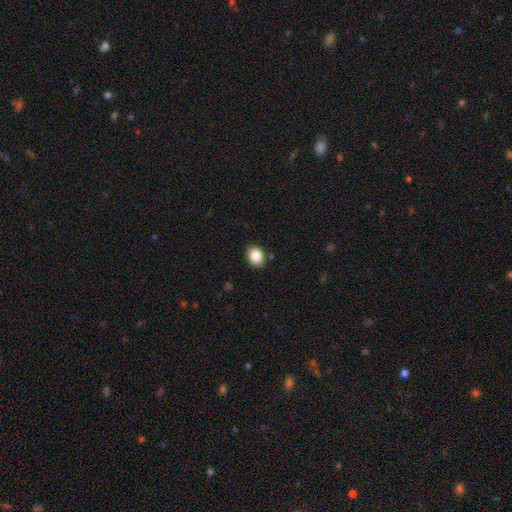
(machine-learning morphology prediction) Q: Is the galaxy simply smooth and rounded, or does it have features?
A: smooth — 84%.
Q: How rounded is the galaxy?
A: in between — 57%.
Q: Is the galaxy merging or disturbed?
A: none — 86%.